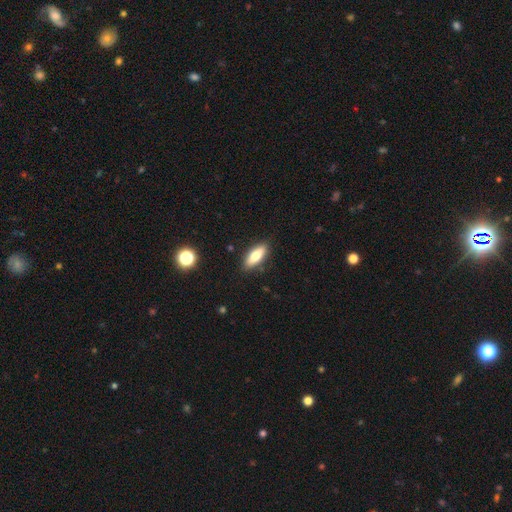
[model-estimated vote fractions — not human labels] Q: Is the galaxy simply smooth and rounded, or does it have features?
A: smooth — 72%.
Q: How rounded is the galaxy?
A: in between — 66%.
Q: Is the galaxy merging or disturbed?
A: none — 87%.